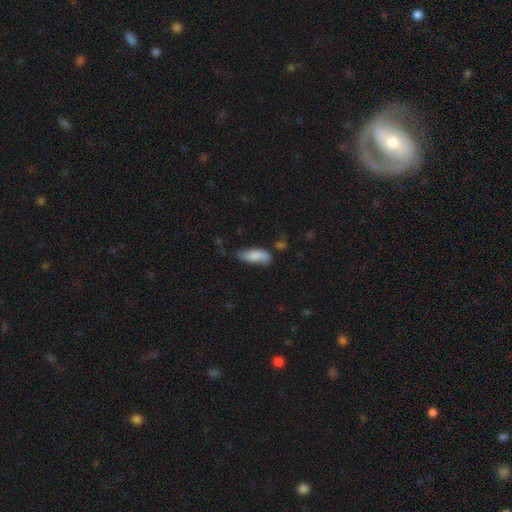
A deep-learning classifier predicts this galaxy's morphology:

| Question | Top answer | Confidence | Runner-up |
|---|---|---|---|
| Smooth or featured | smooth | 84% | featured or disk (10%) |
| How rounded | in between | 69% | cigar-shaped (29%) |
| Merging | none | 54% | minor disturbance (34%) |